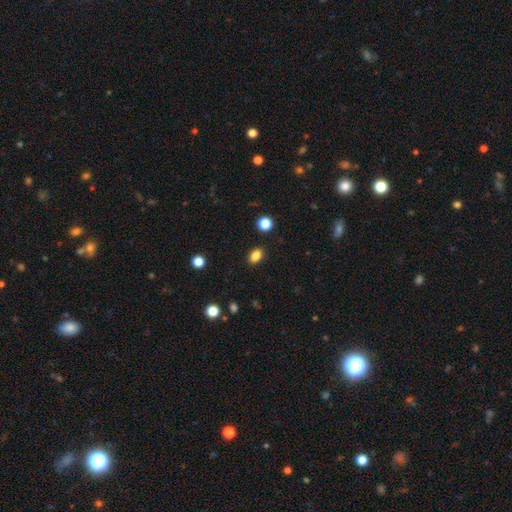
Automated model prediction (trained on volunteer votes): A smooth galaxy with no disk features (85%) that is in between round and cigar-shaped (79%). Merging: none (89%).